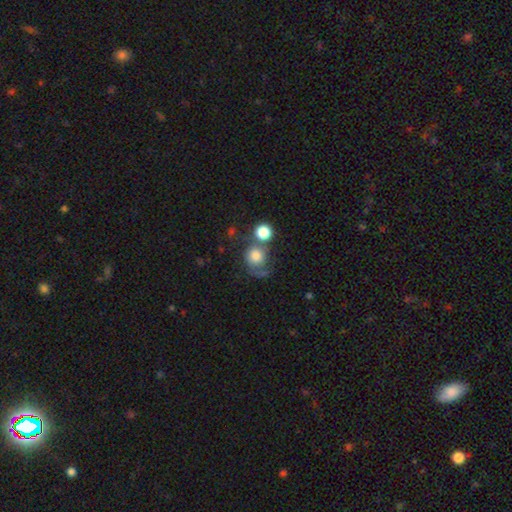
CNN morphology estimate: A smooth galaxy with no disk features (70%) that is round (84%).

Vote fractions:
- Smooth or featured? smooth: 70% / featured or disk: 21% / star or artifact: 9%
- How rounded? round: 84% / in between: 15% / cigar-shaped: 1%
- Merging? none: 35% / merger: 33% / major disturbance: 18% / minor disturbance: 14%